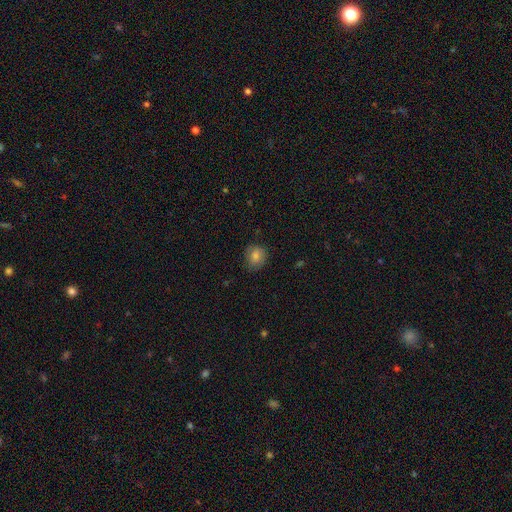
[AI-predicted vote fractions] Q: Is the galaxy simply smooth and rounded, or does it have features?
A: smooth — 78%.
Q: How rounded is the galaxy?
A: round — 76%.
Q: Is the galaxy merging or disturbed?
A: none — 79%.